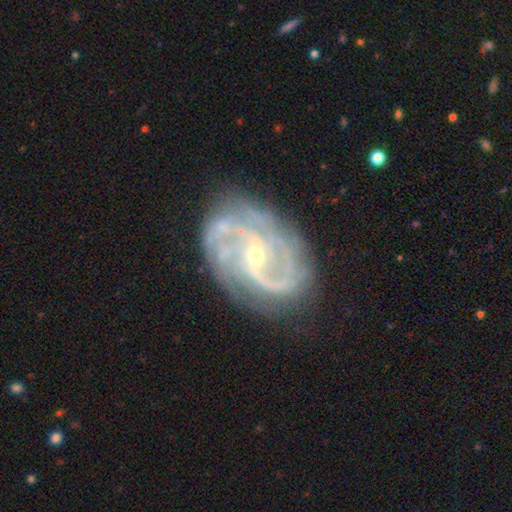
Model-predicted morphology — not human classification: Smooth or featured? featured or disk (89%)
Edge-on disk? no (97%)
Bar? no (42%)
Spiral arms? yes (96%)
Spiral winding? medium (46%)
Spiral arm count? 2 (52%)
Bulge size? small (69%)
Merging? none (70%)